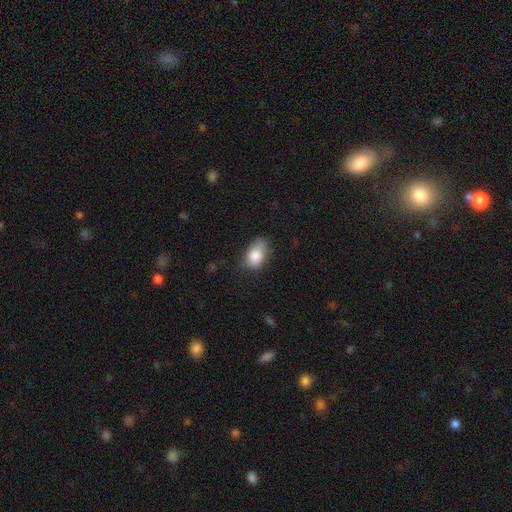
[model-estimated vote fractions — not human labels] A smooth galaxy with no disk features (85%) that is in between round and cigar-shaped (88%). Merging: none (60%).